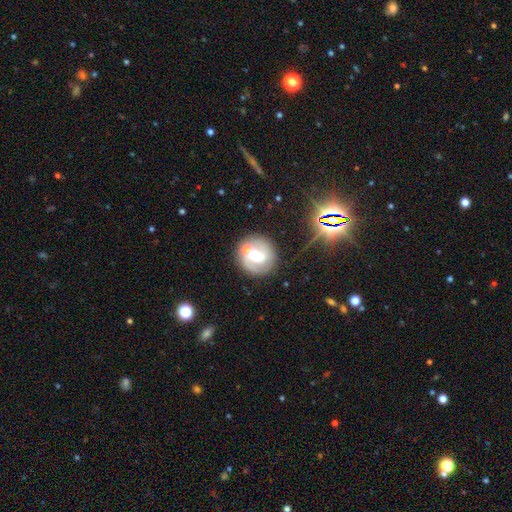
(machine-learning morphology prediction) Smooth or featured? Predicted: featured or disk (p=0.59). Edge-on disk? Predicted: no (p=0.94). Bar? Predicted: weak (p=0.42). Spiral arms? Predicted: yes (p=0.56). Bulge size? Predicted: moderate (p=0.66). Merging? Predicted: none (p=0.67).